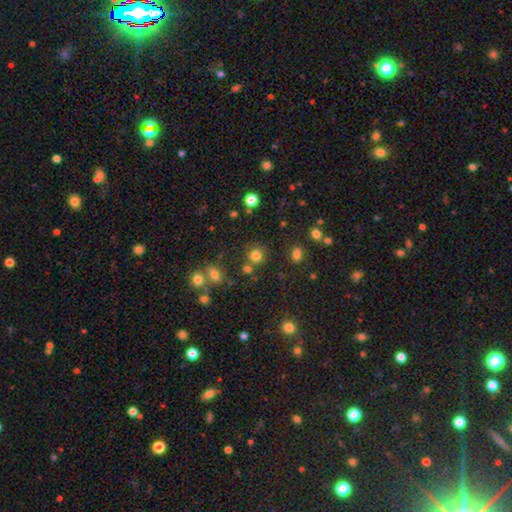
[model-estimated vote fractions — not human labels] smooth_or_featured: smooth (p=0.76) [alt: star or artifact p=0.18]
how_rounded: round (p=0.89) [alt: in between p=0.10]
merging: none (p=0.76) [alt: merger p=0.11]